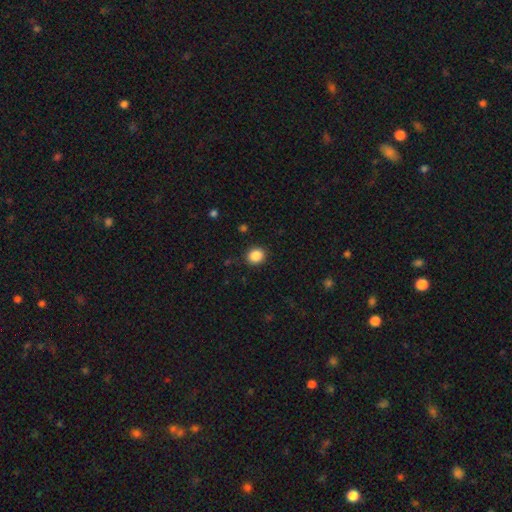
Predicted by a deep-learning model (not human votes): A smooth galaxy with no disk features (87%) that is round (80%).

Vote fractions:
- Smooth or featured? smooth: 87% / star or artifact: 10% / featured or disk: 3%
- How rounded? round: 80% / in between: 19% / cigar-shaped: 1%
- Merging? none: 89% / minor disturbance: 7% / major disturbance: 2% / merger: 1%